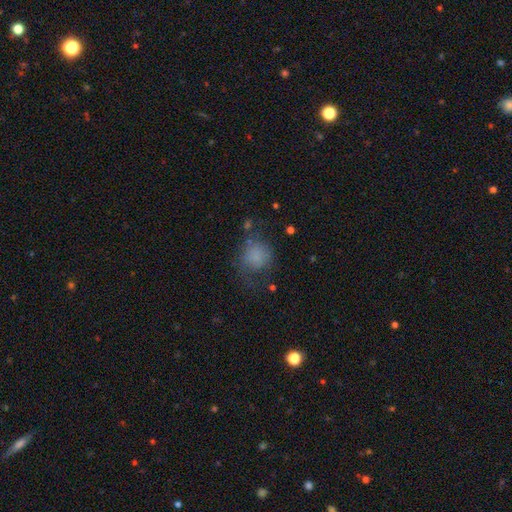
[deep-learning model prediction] Smooth or featured?
  - smooth: 73% *
  - featured or disk: 14%
  - star or artifact: 13%
How rounded?
  - round: 75% *
  - in between: 24%
  - cigar-shaped: 1%
Merging?
  - none: 49% *
  - minor disturbance: 25%
  - major disturbance: 22%
  - merger: 4%